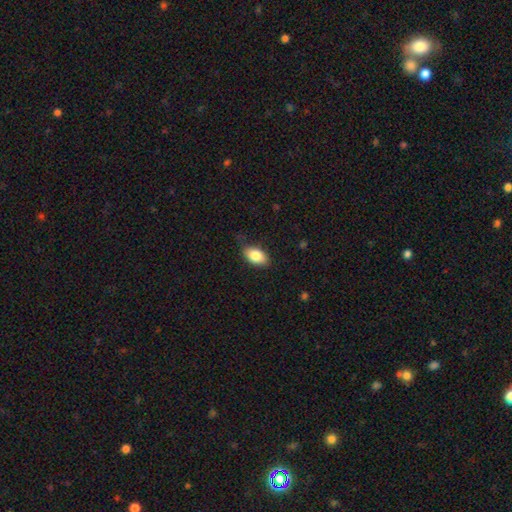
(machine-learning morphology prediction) smooth-or-featured: smooth: 83% | featured or disk: 10% | star or artifact: 7%
  how-rounded: in between: 92% | round: 6% | cigar-shaped: 2%
  merging: none: 75% | minor disturbance: 19% | major disturbance: 4% | merger: 1%